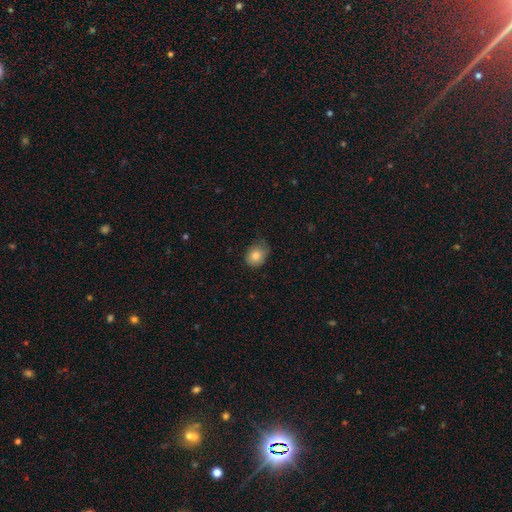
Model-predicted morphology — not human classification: type=smooth (83%); roundness=round (54%); merging=none (56%).